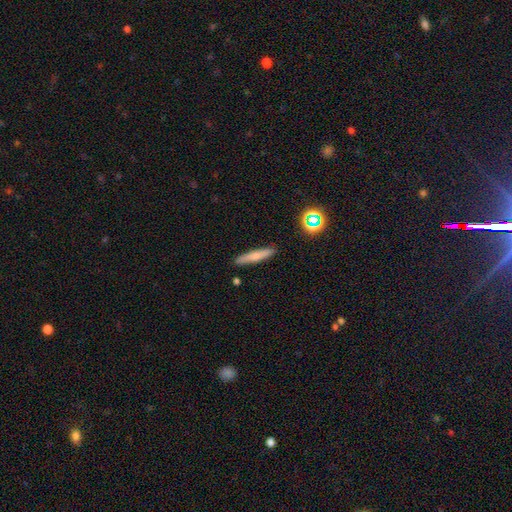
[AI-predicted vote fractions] This is likely a smooth galaxy (66%). How rounded: clearly cigar-shaped (91%). Merging: clearly none (89%).